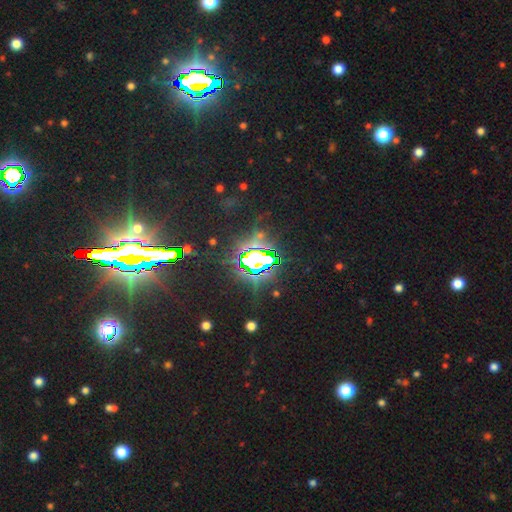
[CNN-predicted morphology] type=star or artifact (84%).